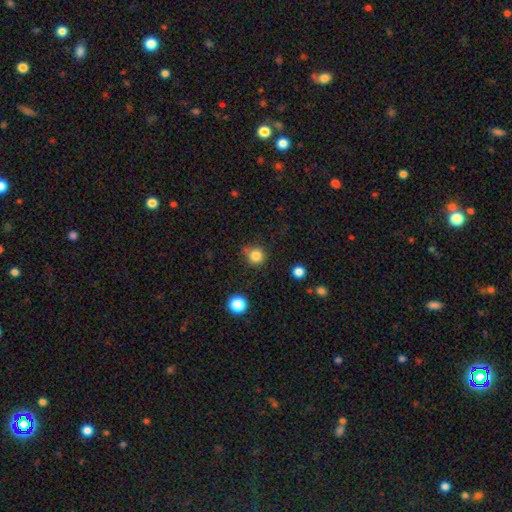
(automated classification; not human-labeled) smooth 83%, star or artifact 13%, featured or disk 5%. Down the decision tree: how rounded — round (93%); merging — none (77%).